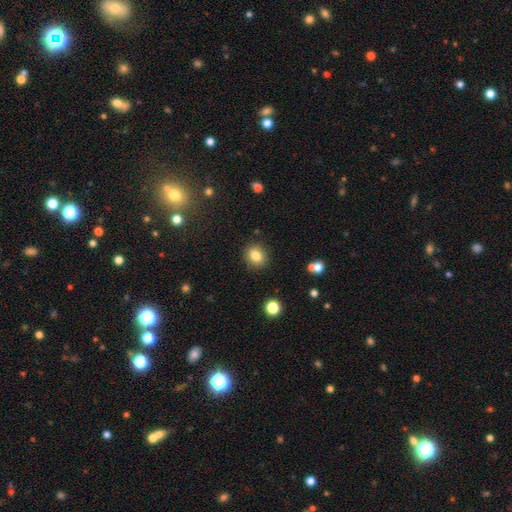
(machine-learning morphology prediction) This appears to be a smooth galaxy with no disk features (82%) that is round (74%). Merging: none (88%).